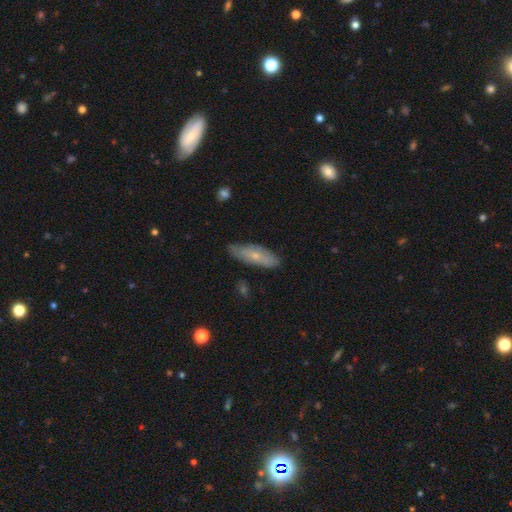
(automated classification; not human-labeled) Overall: smooth (53%; featured or disk 40%). How rounded: in between (55%; cigar-shaped 42%). Merging: none (74%).